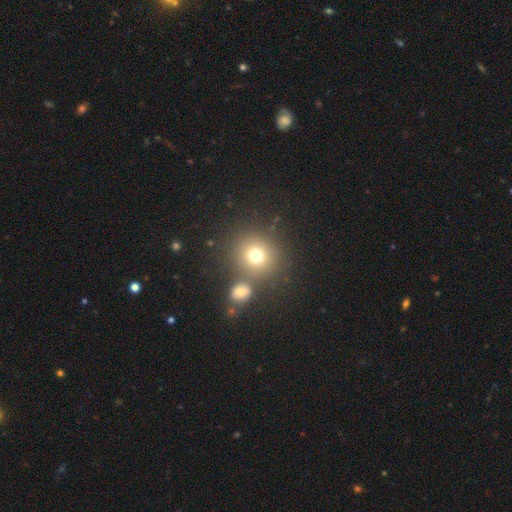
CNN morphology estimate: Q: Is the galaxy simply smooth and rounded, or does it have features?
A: smooth — 73%.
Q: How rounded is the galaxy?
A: round — 90%.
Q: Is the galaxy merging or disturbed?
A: none — 75%.